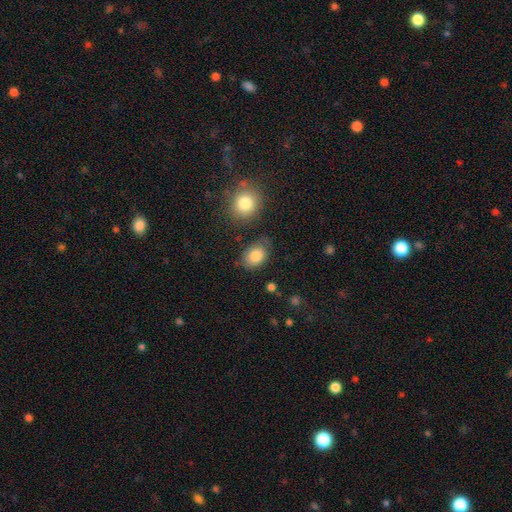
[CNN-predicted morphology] Q: Smooth or featured?
A: smooth (84%); runner-up: featured or disk (9%)
Q: How rounded?
A: in between (77%); runner-up: round (21%)
Q: Merging?
A: none (68%); runner-up: minor disturbance (21%)